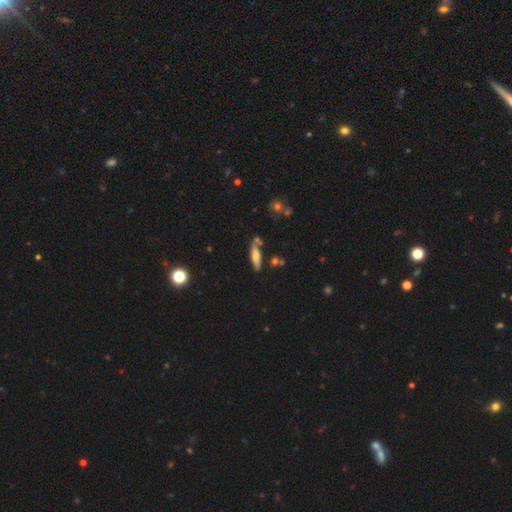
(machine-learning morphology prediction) A smooth galaxy with no disk features (58%) that is cigar-shaped (59%). Merging: none (66%).